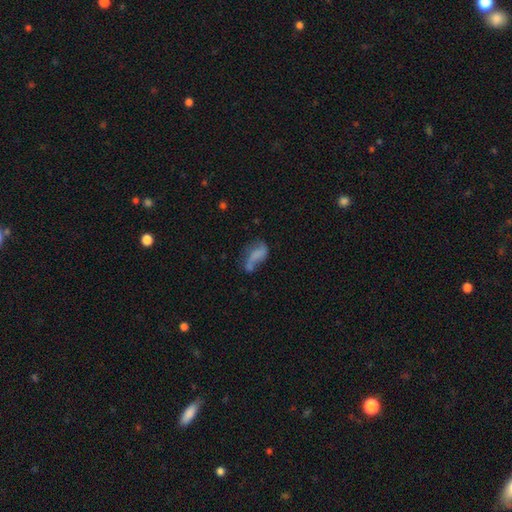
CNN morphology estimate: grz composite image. It shows a smooth galaxy with no disk features (49%). Merging: none (30%).